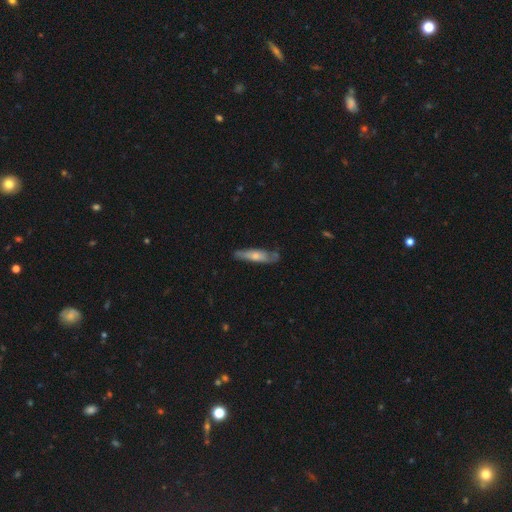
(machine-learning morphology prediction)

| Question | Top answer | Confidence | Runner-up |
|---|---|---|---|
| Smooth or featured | smooth | 52% | featured or disk (43%) |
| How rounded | cigar-shaped | 74% | in between (24%) |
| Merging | none | 67% | minor disturbance (24%) |